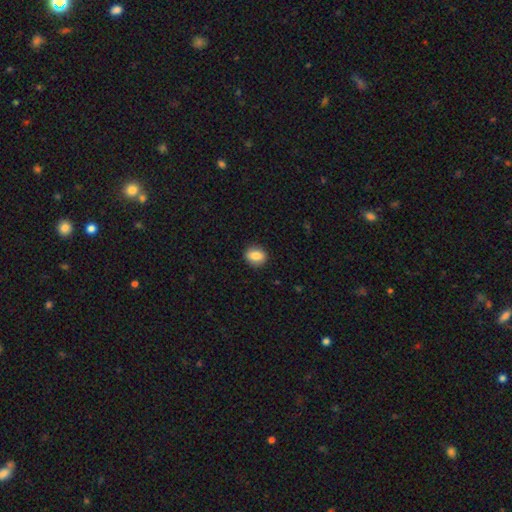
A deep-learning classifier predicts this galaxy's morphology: smooth 82%, featured or disk 10%, star or artifact 8%. Down the decision tree: how rounded — round (51%); merging — none (89%).